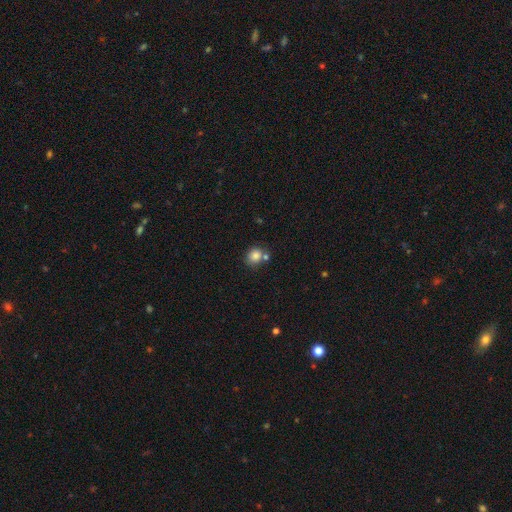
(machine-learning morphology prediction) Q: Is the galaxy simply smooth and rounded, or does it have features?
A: smooth — 83%.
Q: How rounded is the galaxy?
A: round — 74%.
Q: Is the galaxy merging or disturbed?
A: none — 62%.